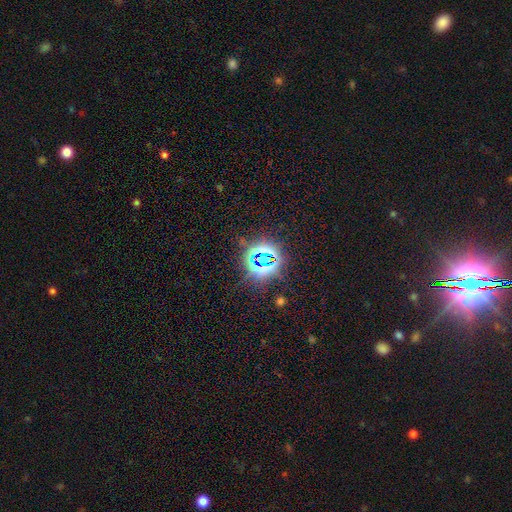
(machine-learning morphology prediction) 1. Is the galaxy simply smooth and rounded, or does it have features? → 79% star or artifact, 13% smooth, 8% featured or disk.